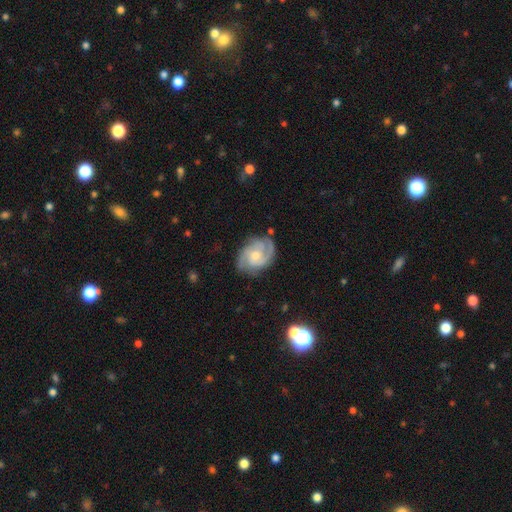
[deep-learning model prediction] Q: Smooth or featured?
A: featured or disk (86%); runner-up: smooth (9%)
Q: Edge-on disk?
A: no (98%); runner-up: yes (2%)
Q: Bar?
A: no (60%); runner-up: weak (35%)
Q: Spiral arms?
A: yes (97%); runner-up: no (3%)
Q: Spiral winding?
A: tight (48%); runner-up: medium (42%)
Q: Spiral arm count?
A: 2 (42%); runner-up: 3 (34%)
Q: Bulge size?
A: moderate (53%); runner-up: small (41%)
Q: Merging?
A: none (74%); runner-up: minor disturbance (18%)